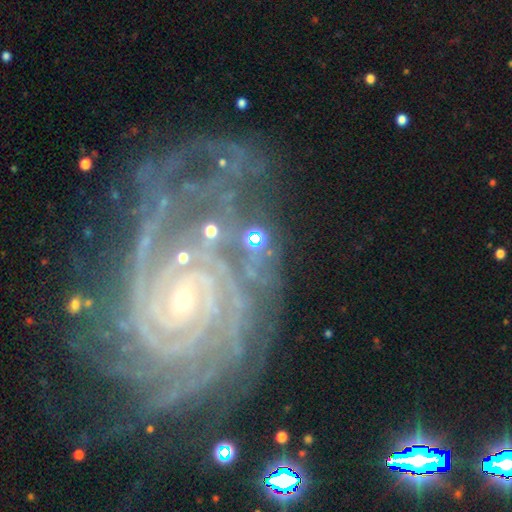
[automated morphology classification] Smooth or featured: featured or disk — 90% (star or artifact — 7%)
Edge-on disk: no — 98% (yes — 2%)
Bar: no — 57% (weak — 27%)
Spiral arms: yes — 98% (no — 2%)
Spiral winding: tight — 82% (medium — 15%)
Spiral arm count: 4 — 20% (more than 4 — 18%)
Bulge size: small — 79% (moderate — 17%)
Merging: none — 61% (minor disturbance — 20%)